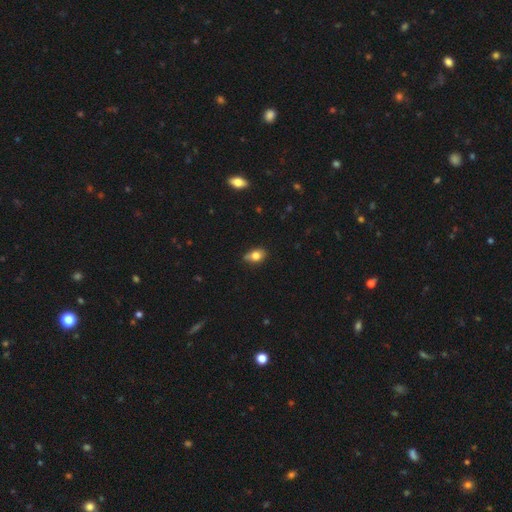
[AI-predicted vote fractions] The model was most divided on "merging": none: 60%, minor disturbance: 32%, major disturbance: 6%, merger: 2%. More confident: smooth or featured — smooth (76%); how rounded — in between (73%).